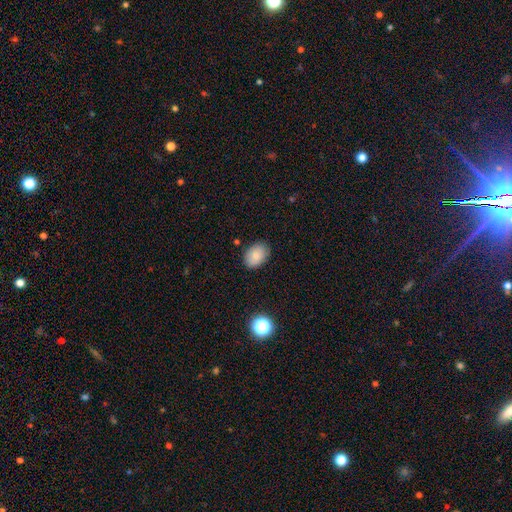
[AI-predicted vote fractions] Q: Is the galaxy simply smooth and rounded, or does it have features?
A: smooth — 83%.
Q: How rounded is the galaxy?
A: in between — 78%.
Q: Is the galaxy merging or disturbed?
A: none — 85%.